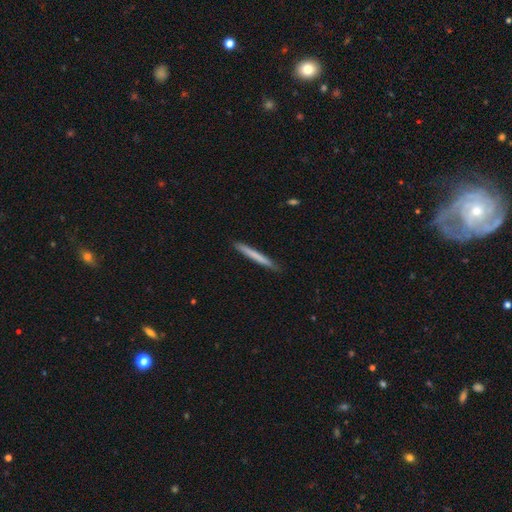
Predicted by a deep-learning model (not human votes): Smooth or featured? Predicted: smooth (p=0.70). How rounded? Predicted: cigar-shaped (p=0.97). Merging? Predicted: none (p=0.89).